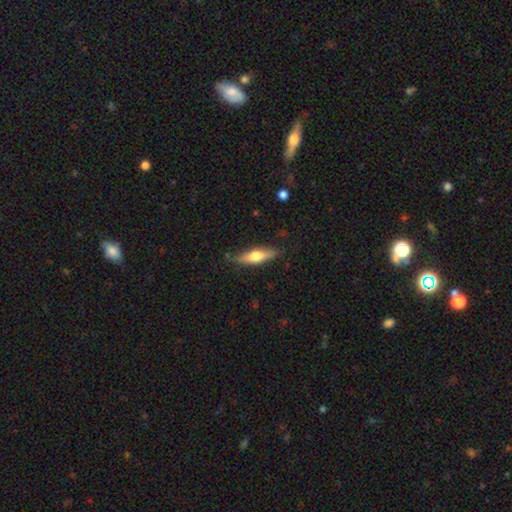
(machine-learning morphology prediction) Smooth or featured?
  - smooth: 50% *
  - featured or disk: 44%
  - star or artifact: 6%
How rounded?
  - cigar-shaped: 66% *
  - in between: 31%
  - round: 2%
Merging?
  - none: 83% *
  - minor disturbance: 12%
  - major disturbance: 2%
  - merger: 2%